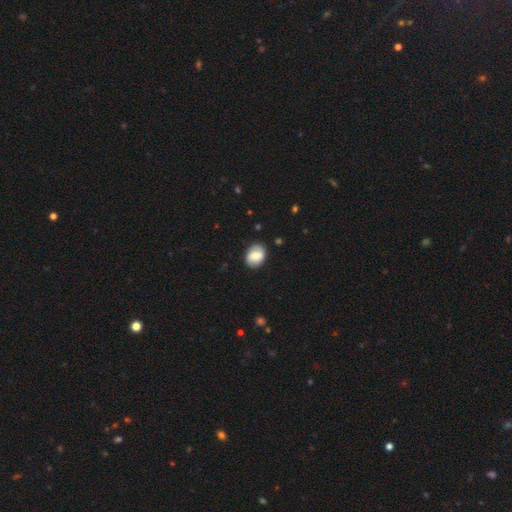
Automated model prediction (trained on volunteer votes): Morphology: type=smooth (68%); roundness=in between (64%); merging=none (82%).